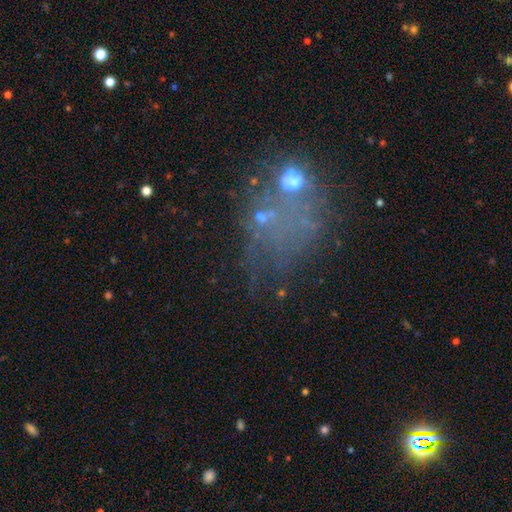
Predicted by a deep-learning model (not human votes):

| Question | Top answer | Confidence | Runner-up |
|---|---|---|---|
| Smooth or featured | star or artifact | 41% | featured or disk (33%) |